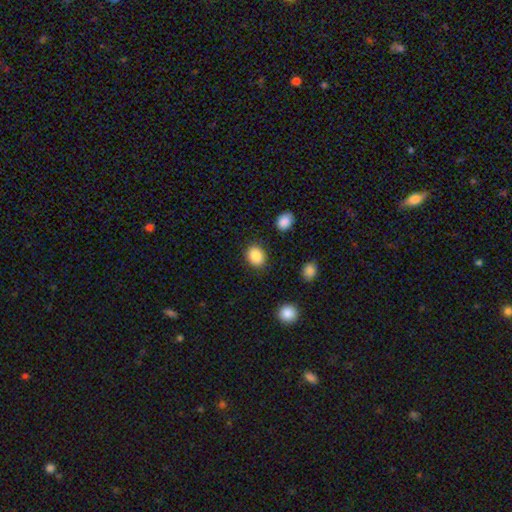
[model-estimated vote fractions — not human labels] smooth 88%, star or artifact 8%, featured or disk 4%. Down the decision tree: how rounded — round (52%); merging — none (87%).